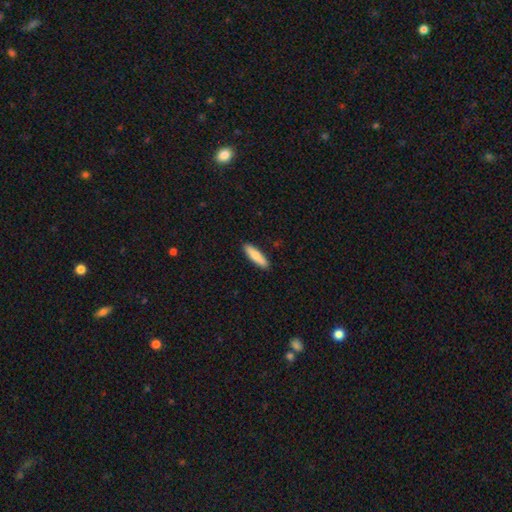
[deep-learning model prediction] Smooth or featured: smooth — 80% (featured or disk — 15%)
How rounded: cigar-shaped — 69% (in between — 30%)
Merging: none — 91% (minor disturbance — 7%)